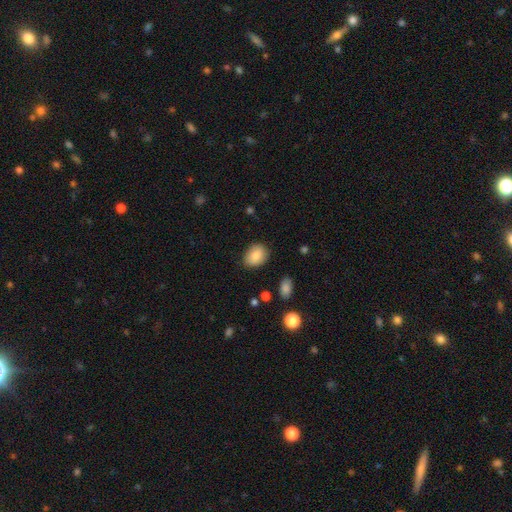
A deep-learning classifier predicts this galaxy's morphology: The model was most divided on "how rounded": in between: 62%, round: 37%, cigar-shaped: 1%. More confident: smooth or featured — smooth (85%); merging — none (83%).